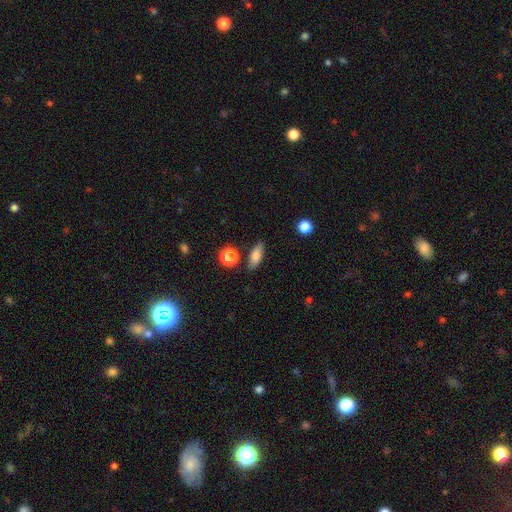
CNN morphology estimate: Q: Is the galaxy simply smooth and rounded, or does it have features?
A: smooth — 76%.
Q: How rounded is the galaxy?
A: in between — 63%.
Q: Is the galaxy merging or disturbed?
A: none — 81%.